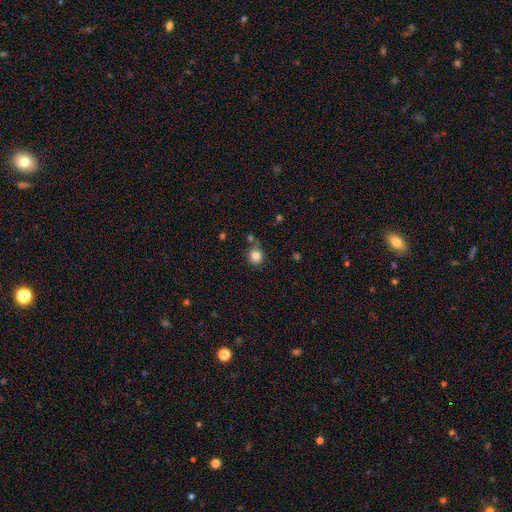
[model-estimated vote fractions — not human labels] Smooth or featured?
  - smooth: 84% *
  - star or artifact: 11%
  - featured or disk: 5%
How rounded?
  - round: 86% *
  - in between: 13%
  - cigar-shaped: 1%
Merging?
  - none: 73% *
  - minor disturbance: 13%
  - merger: 10%
  - major disturbance: 4%